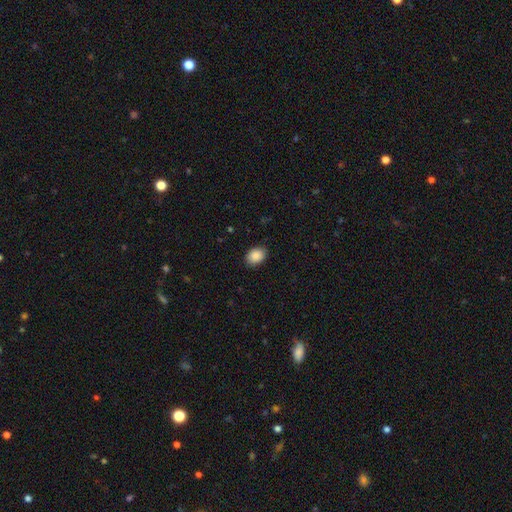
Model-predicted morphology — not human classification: A smooth galaxy with no disk features (89%) that is in between round and cigar-shaped (73%). Merging: none (86%).